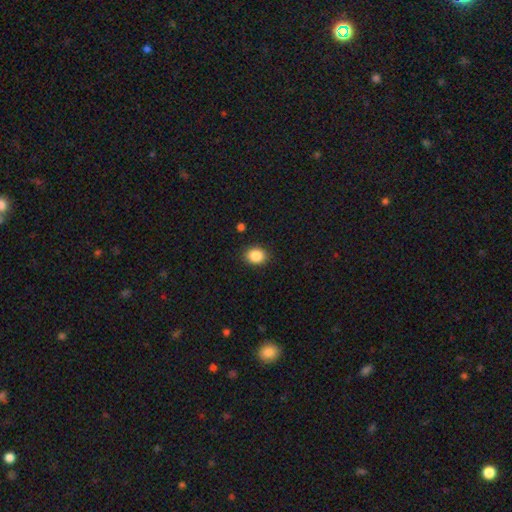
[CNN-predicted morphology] smooth-or-featured: smooth: 87% | star or artifact: 9% | featured or disk: 4%
  how-rounded: round: 50% | in between: 49% | cigar-shaped: 1%
  merging: none: 89% | minor disturbance: 8% | major disturbance: 2% | merger: 1%